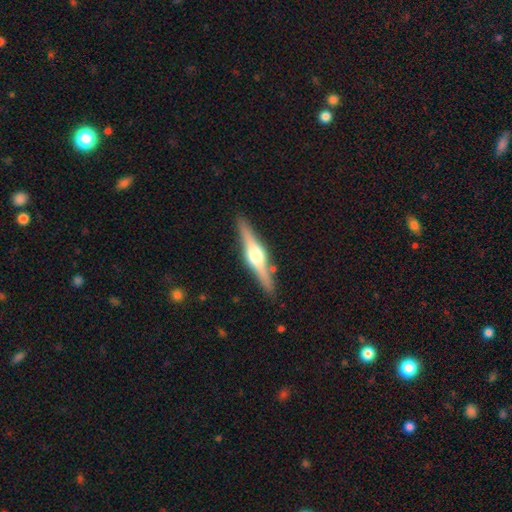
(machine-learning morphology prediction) Smooth or featured? Predicted: featured or disk (p=0.75). Edge-on disk? Predicted: yes (p=0.97). Edge-on bulge? Predicted: rounded (p=0.92). Merging? Predicted: none (p=0.88).